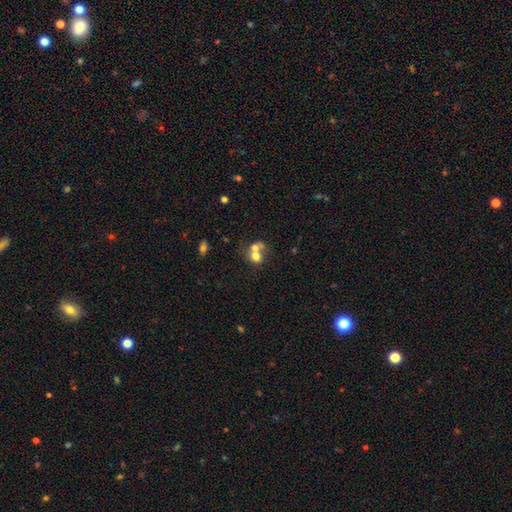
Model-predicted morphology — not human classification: Smooth or featured? Predicted: smooth (p=0.65). How rounded? Predicted: round (p=0.62). Merging? Predicted: merger (p=0.65).